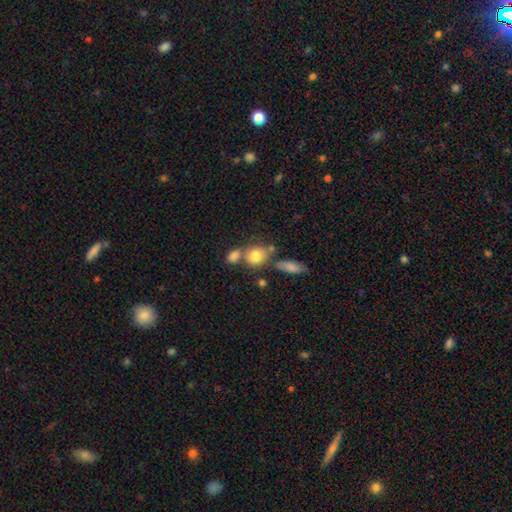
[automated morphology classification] The model was most divided on "how rounded": round: 54%, in between: 44%, cigar-shaped: 2%. Remaining: smooth or featured — smooth (79%); merging — none (47%).